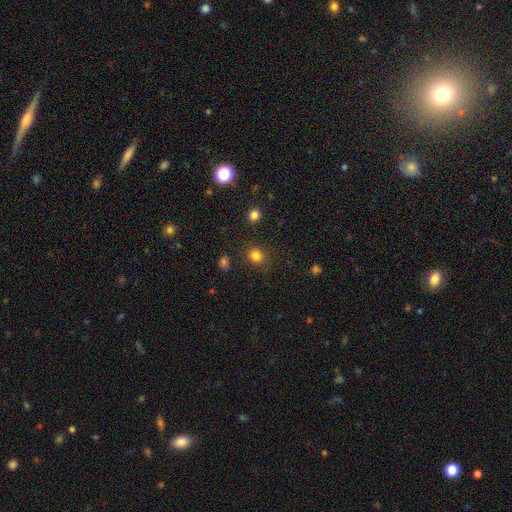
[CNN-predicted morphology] Q: Smooth or featured?
A: smooth (82%); runner-up: star or artifact (14%)
Q: How rounded?
A: round (84%); runner-up: in between (15%)
Q: Merging?
A: none (85%); runner-up: minor disturbance (9%)